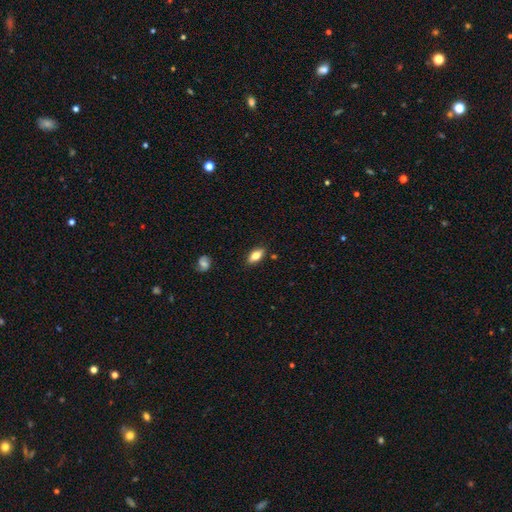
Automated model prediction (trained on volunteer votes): A smooth galaxy with no disk features (74%) that is in between round and cigar-shaped (84%).

Vote fractions:
- Smooth or featured? smooth: 74% / featured or disk: 19% / star or artifact: 7%
- How rounded? in between: 84% / cigar-shaped: 13% / round: 3%
- Merging? none: 85% / minor disturbance: 11% / major disturbance: 2% / merger: 2%